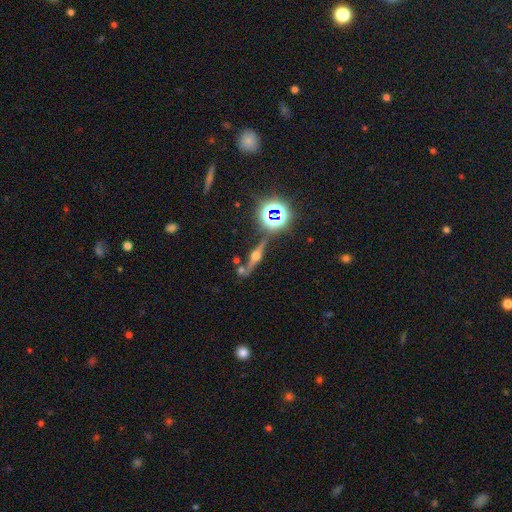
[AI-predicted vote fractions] Morphology: type=featured or disk (70%); edge-on=yes (93%); edge-on bulge=rounded (95%); merging=none (76%).